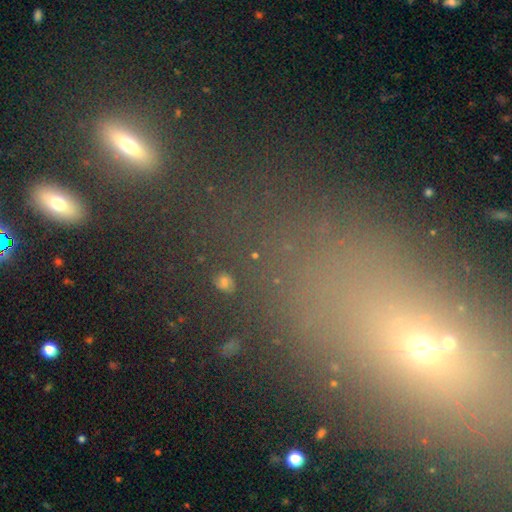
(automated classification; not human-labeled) smooth_or_featured: star or artifact (p=0.41) [tied with: smooth p=0.41]